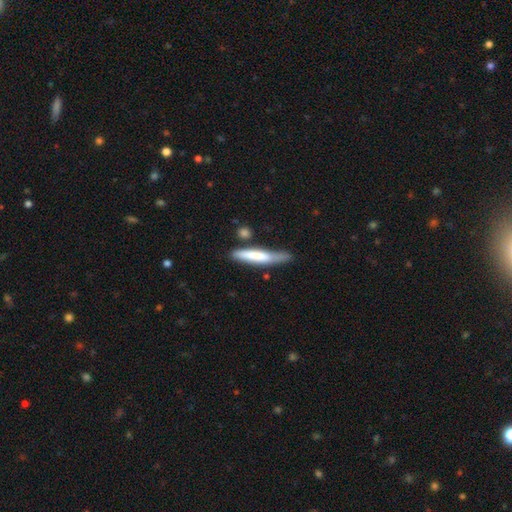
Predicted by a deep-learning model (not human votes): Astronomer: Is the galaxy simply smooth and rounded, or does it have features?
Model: smooth — 70%.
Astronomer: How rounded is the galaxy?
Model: cigar-shaped — 90%.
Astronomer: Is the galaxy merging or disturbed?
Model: none — 58%.